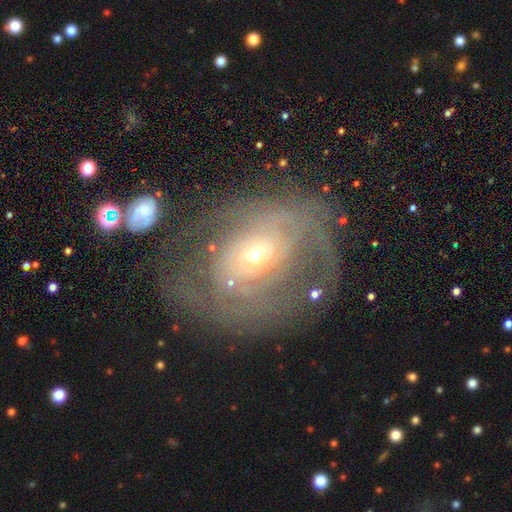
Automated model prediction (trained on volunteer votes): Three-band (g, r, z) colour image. It shows a featured or disk galaxy (79%) with no bar (74%), tight (56%) spiral arms (82%) and a small central bulge (50%). Merging: none (52%).